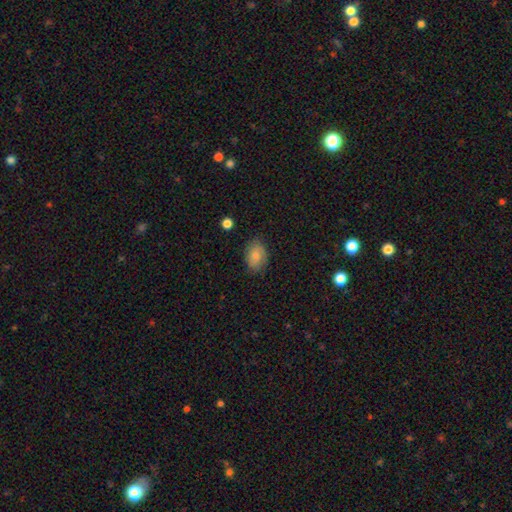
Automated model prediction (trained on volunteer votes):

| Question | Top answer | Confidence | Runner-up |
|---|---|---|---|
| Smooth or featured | smooth | 79% | featured or disk (14%) |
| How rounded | in between | 83% | round (16%) |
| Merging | none | 76% | minor disturbance (18%) |